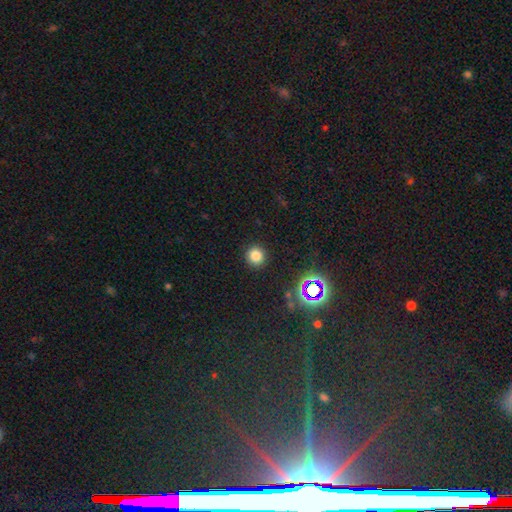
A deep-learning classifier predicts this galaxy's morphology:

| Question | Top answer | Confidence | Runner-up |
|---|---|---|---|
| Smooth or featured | smooth | 78% | star or artifact (16%) |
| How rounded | round | 92% | in between (7%) |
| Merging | none | 91% | minor disturbance (5%) |